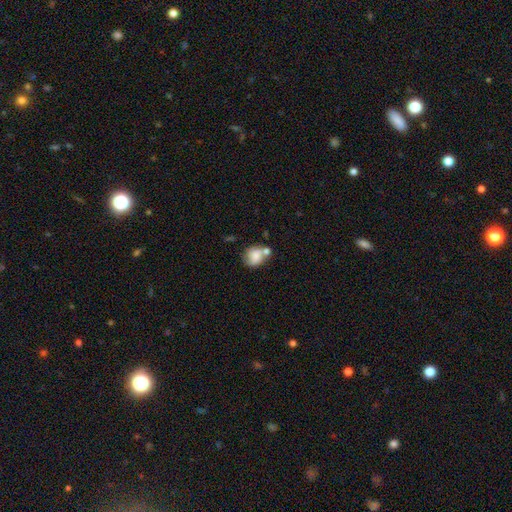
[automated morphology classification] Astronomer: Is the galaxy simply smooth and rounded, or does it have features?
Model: smooth — 70%.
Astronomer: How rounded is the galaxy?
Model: round — 63%.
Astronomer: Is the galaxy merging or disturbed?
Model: merger — 36%, tied with none at 36%.